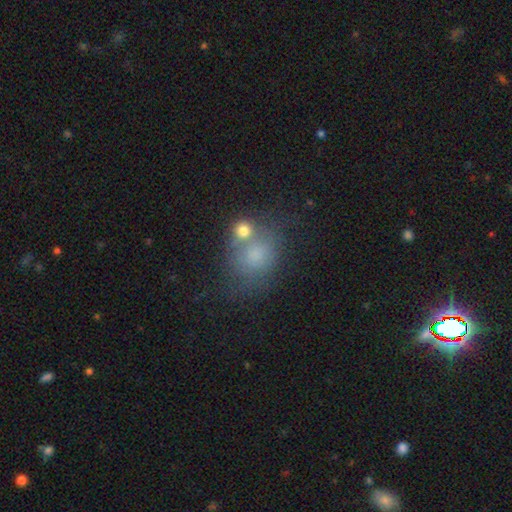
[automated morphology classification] Overall: smooth (67%). How rounded: round (58%; in between 40%). Merging: none (40%; merger 29%).